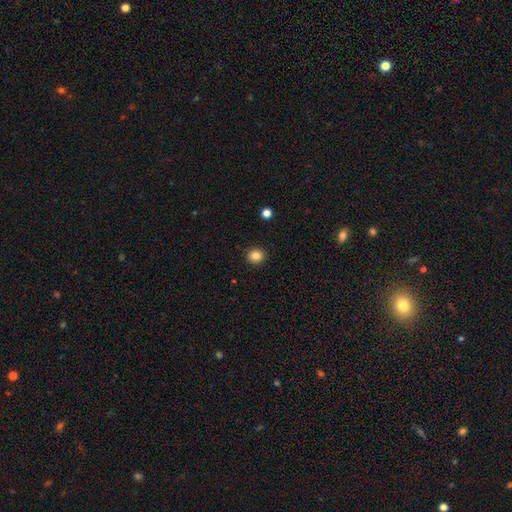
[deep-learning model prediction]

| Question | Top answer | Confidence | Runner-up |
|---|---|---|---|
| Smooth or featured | smooth | 84% | star or artifact (11%) |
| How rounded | round | 83% | in between (16%) |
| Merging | none | 92% | minor disturbance (5%) |